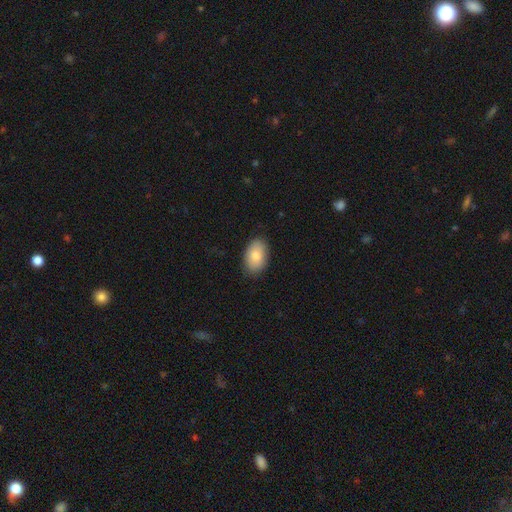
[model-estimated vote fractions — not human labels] Q: Smooth or featured?
A: smooth (84%); runner-up: featured or disk (10%)
Q: How rounded?
A: in between (91%); runner-up: round (8%)
Q: Merging?
A: none (85%); runner-up: minor disturbance (12%)